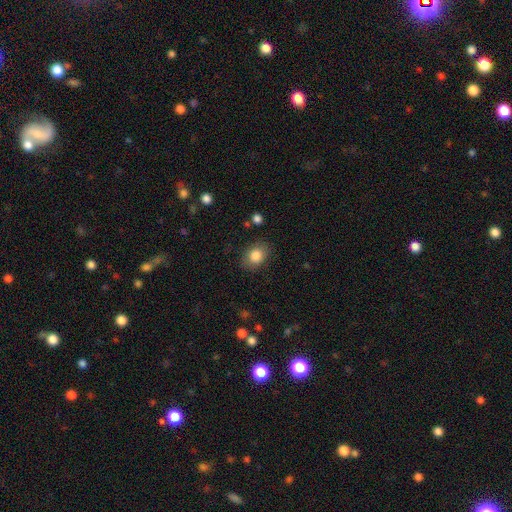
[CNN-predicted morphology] Smooth or featured? smooth (84%)
How rounded? in between (59%)
Merging? none (81%)